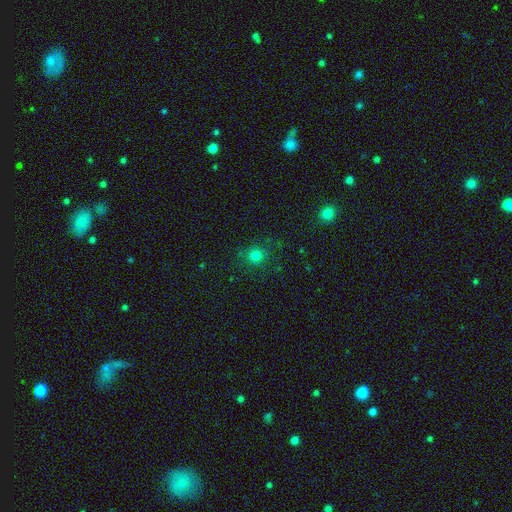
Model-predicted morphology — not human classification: Q: Smooth or featured?
A: smooth (77%); runner-up: star or artifact (17%)
Q: How rounded?
A: round (90%); runner-up: in between (9%)
Q: Merging?
A: none (82%); runner-up: minor disturbance (11%)